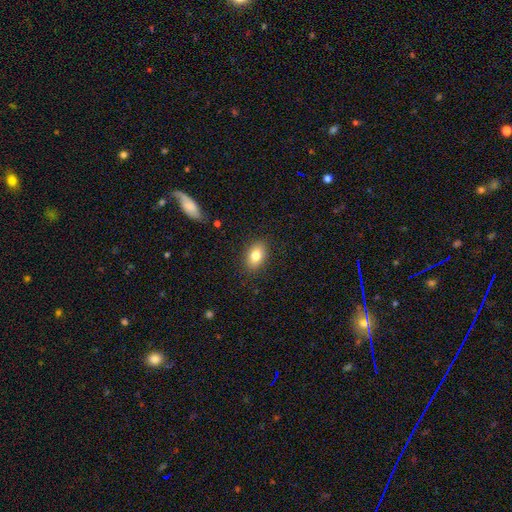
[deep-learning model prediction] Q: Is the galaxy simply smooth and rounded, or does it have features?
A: smooth — 81%.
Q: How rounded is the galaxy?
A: in between — 85%.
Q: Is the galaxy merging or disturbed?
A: none — 87%.